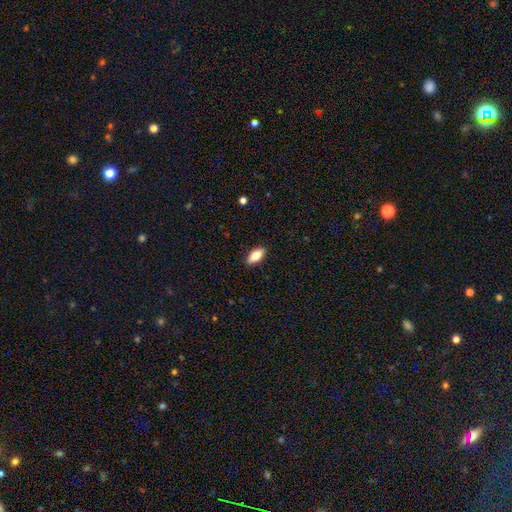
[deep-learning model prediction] smooth-or-featured: smooth: 73% | featured or disk: 21% | star or artifact: 7%
  how-rounded: in between: 83% | cigar-shaped: 14% | round: 3%
  merging: none: 89% | minor disturbance: 8% | major disturbance: 2% | merger: 1%